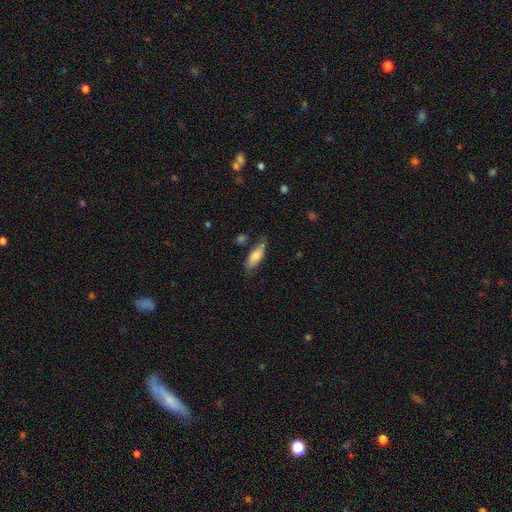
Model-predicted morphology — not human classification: This is likely a smooth galaxy (72%). How rounded: likely in between (63%). Merging: likely none (67%).